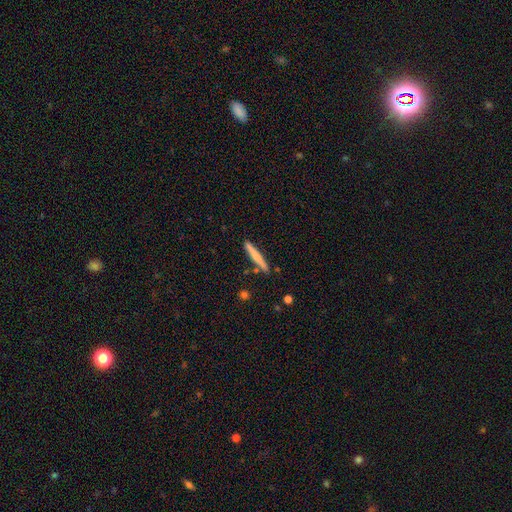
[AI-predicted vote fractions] smooth_or_featured: smooth (p=0.61) [alt: featured or disk p=0.33]
how_rounded: cigar-shaped (p=0.95) [alt: in between p=0.03]
merging: none (p=0.85) [alt: minor disturbance p=0.09]